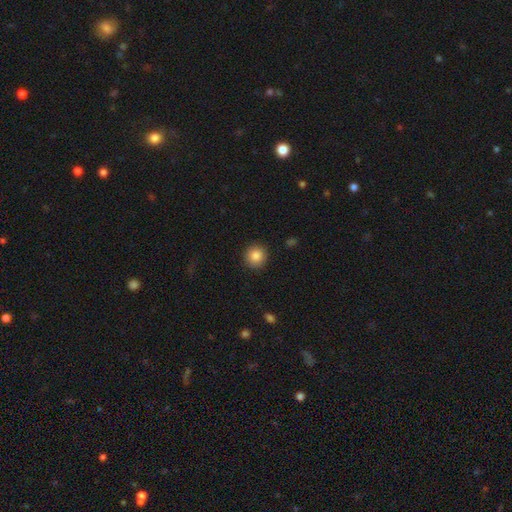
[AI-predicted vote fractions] This is clearly a smooth galaxy (86%). How rounded: clearly round (94%). Merging: clearly none (91%).